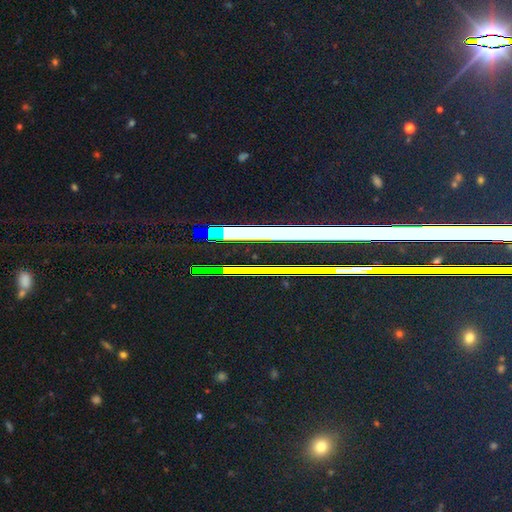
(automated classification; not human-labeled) Smooth or featured? star or artifact (81%)